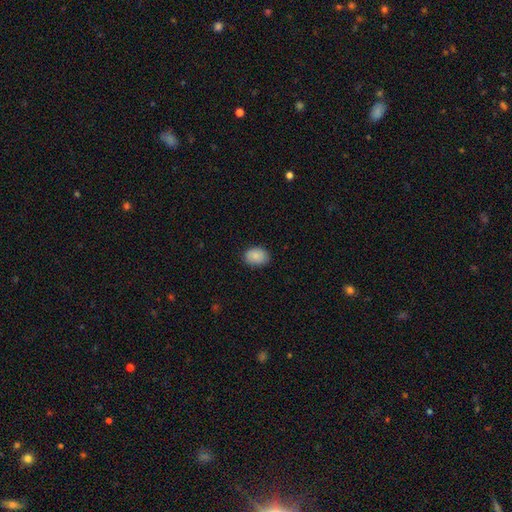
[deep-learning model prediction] Morphology: type=smooth (88%); roundness=in between (71%); merging=none (85%).